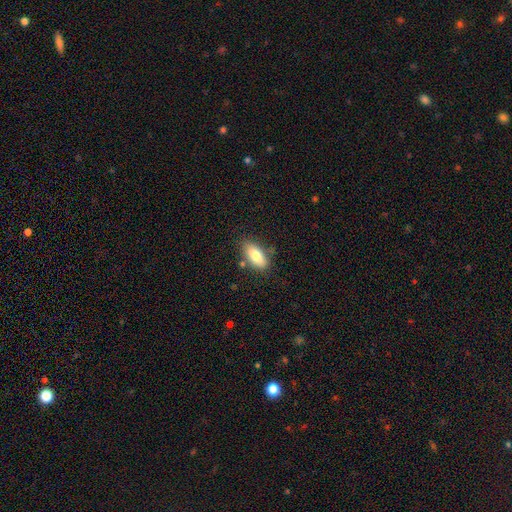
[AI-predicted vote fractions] Q: Smooth or featured?
A: smooth (77%); runner-up: featured or disk (15%)
Q: How rounded?
A: in between (89%); runner-up: cigar-shaped (7%)
Q: Merging?
A: none (77%); runner-up: minor disturbance (15%)